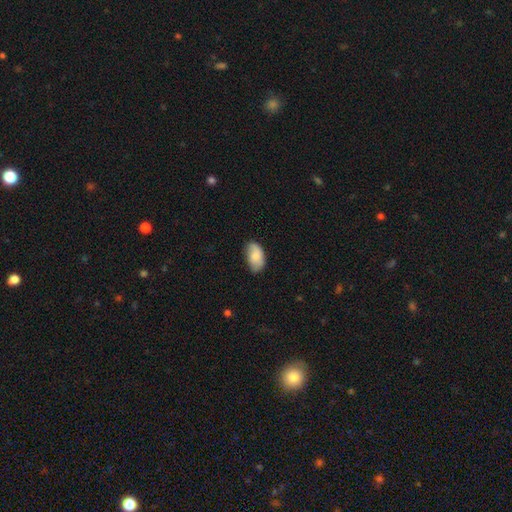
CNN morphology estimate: This is clearly a smooth galaxy (81%). How rounded: clearly in between (93%). Merging: likely none (65%).